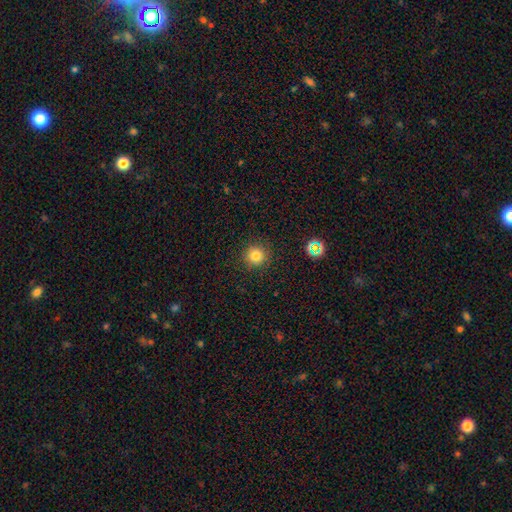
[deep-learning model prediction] A smooth galaxy with no disk features (80%) that is round (95%).

Vote fractions:
- Smooth or featured? smooth: 80% / star or artifact: 14% / featured or disk: 6%
- How rounded? round: 95% / in between: 4% / cigar-shaped: 1%
- Merging? none: 91% / minor disturbance: 6% / major disturbance: 2% / merger: 1%